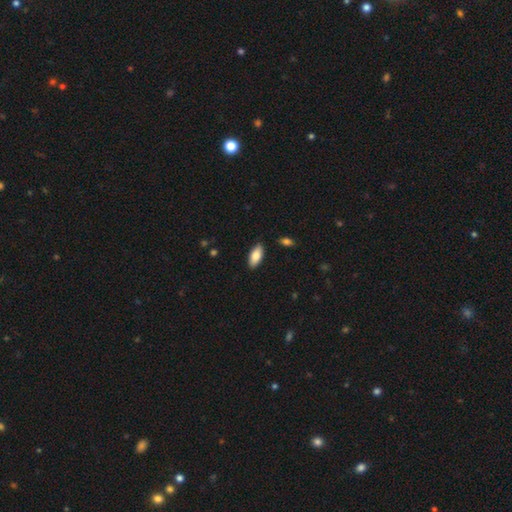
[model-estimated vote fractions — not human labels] A smooth galaxy with no disk features (80%) that is in between round and cigar-shaped (87%). Merging: none (88%).